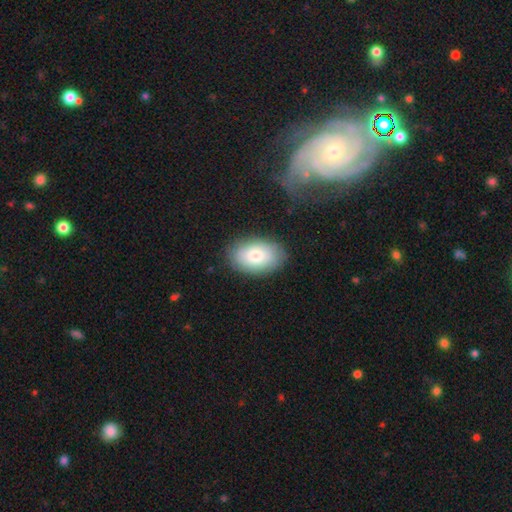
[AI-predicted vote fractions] Smooth or featured? smooth (78%)
How rounded? in between (90%)
Merging? none (84%)